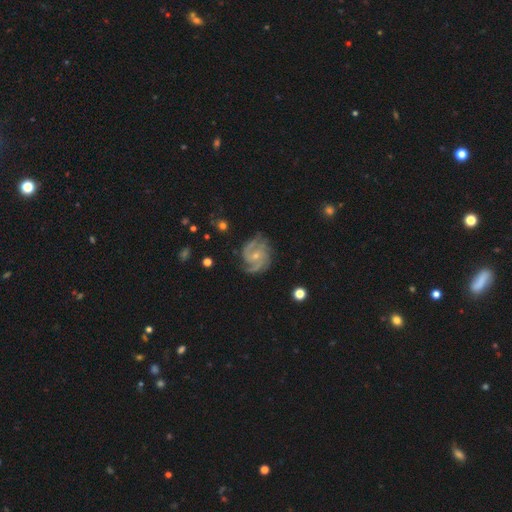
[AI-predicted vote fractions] Smooth or featured?
  - featured or disk: 90% *
  - smooth: 5%
  - star or artifact: 5%
Edge-on disk?
  - no: 98% *
  - yes: 2%
Bar?
  - no: 60% *
  - weak: 32%
  - strong: 7%
Spiral arms?
  - yes: 98% *
  - no: 2%
Spiral winding?
  - medium: 50% *
  - tight: 39%
  - loose: 10%
Spiral arm count?
  - 2: 41% *
  - 3: 34%
  - can't tell: 9%
  - 4: 6%
  - 1: 5%
  - more than 4: 5%
Bulge size?
  - small: 70% *
  - moderate: 26%
  - none: 2%
  - large: 1%
  - dominant: 1%
Merging?
  - none: 73% *
  - minor disturbance: 19%
  - major disturbance: 7%
  - merger: 2%